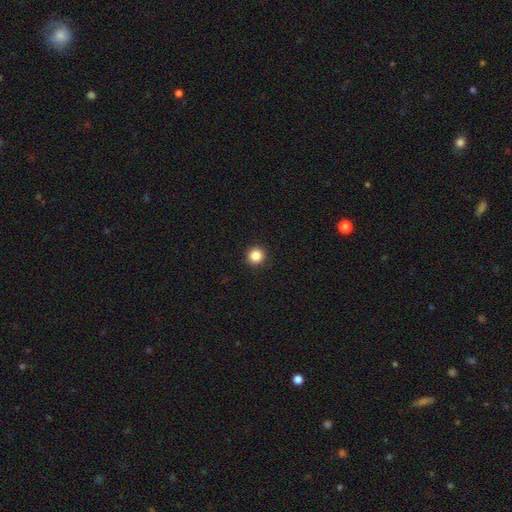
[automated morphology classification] This appears to be a smooth galaxy with no disk features (86%) that is round (95%). Merging: none (93%).